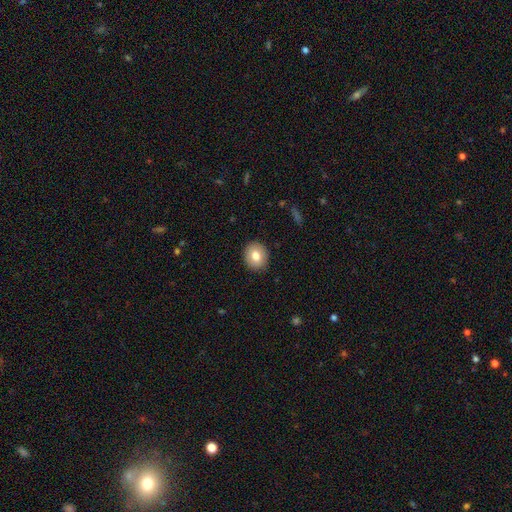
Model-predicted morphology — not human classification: A smooth galaxy with no disk features (79%) that is round (71%).

Vote fractions:
- Smooth or featured? smooth: 79% / featured or disk: 13% / star or artifact: 8%
- How rounded? round: 71% / in between: 28% / cigar-shaped: 1%
- Merging? none: 90% / minor disturbance: 7% / major disturbance: 2% / merger: 1%